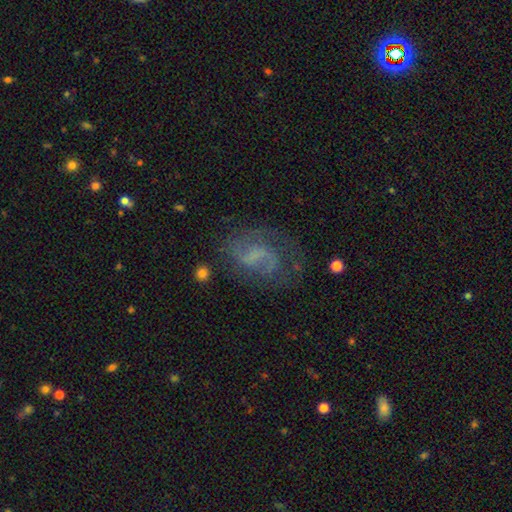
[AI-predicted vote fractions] Q: Smooth or featured?
A: featured or disk (71%); runner-up: smooth (18%)
Q: Edge-on disk?
A: no (97%); runner-up: yes (3%)
Q: Bar?
A: weak (44%); runner-up: no (41%)
Q: Spiral arms?
A: yes (87%); runner-up: no (13%)
Q: Spiral winding?
A: medium (44%); runner-up: loose (36%)
Q: Spiral arm count?
A: 2 (72%); runner-up: 1 (13%)
Q: Bulge size?
A: none (61%); runner-up: small (23%)
Q: Merging?
A: none (60%); runner-up: minor disturbance (19%)